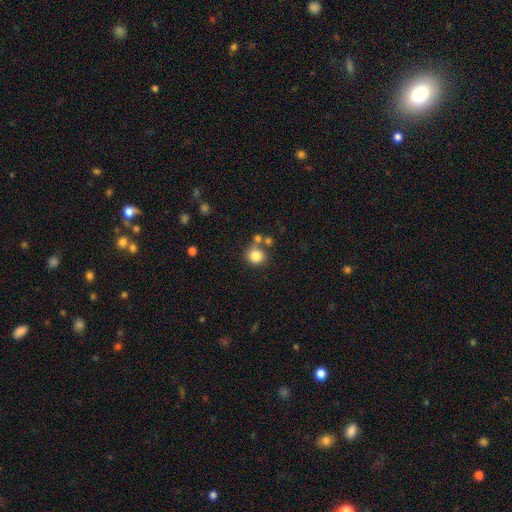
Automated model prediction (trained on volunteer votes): Smooth or featured: smooth — 83% (star or artifact — 11%)
How rounded: round — 88% (in between — 11%)
Merging: none — 68% (merger — 18%)